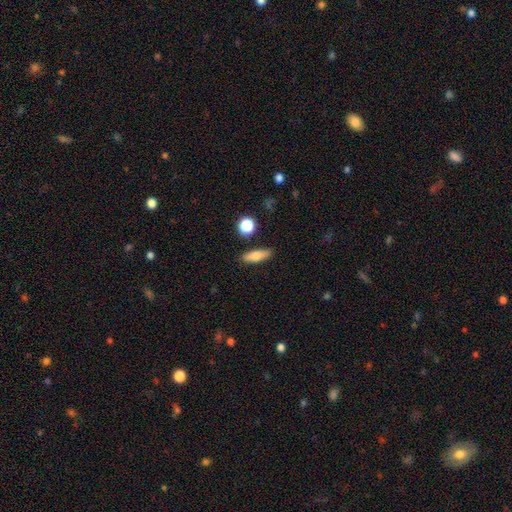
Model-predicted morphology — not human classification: The model was most divided on "how rounded": in between: 49%, cigar-shaped: 46%, round: 5%. More confident: merging — none (84%); smooth or featured — smooth (73%).